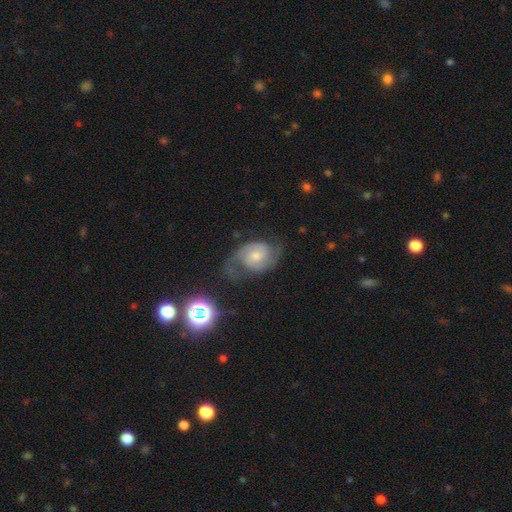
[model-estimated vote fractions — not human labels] smooth_or_featured: featured or disk (p=0.79) [alt: smooth p=0.13]
disk_edge_on: no (p=0.97) [alt: yes p=0.03]
bar: no (p=0.61) [alt: weak p=0.33]
has_spiral_arms: yes (p=0.95) [alt: no p=0.05]
spiral_winding: medium (p=0.50) [alt: tight p=0.29]
spiral_arm_count: 2 (p=0.87) [alt: can't tell p=0.06]
bulge_size: moderate (p=0.51) [alt: small p=0.39]
merging: none (p=0.56) [alt: minor disturbance p=0.22]